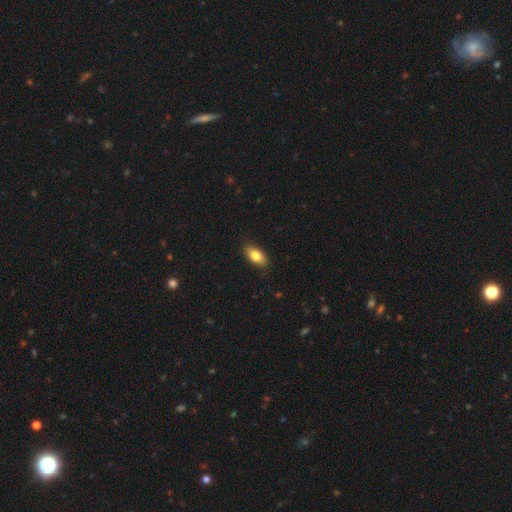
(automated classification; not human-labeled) This is clearly a smooth galaxy (81%). How rounded: clearly in between (89%). Merging: clearly none (87%).